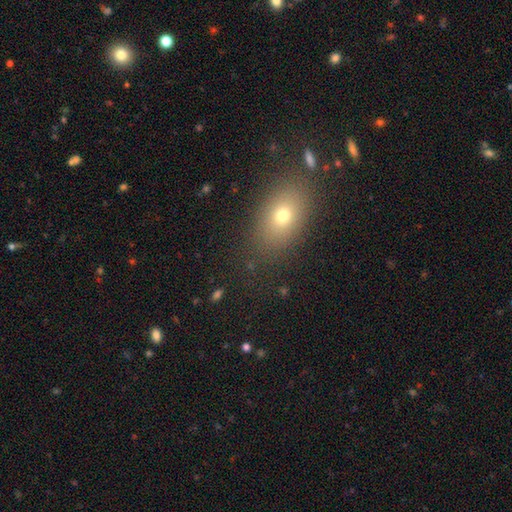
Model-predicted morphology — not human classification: smooth_or_featured: smooth (p=0.68) [alt: star or artifact p=0.20]
how_rounded: in between (p=0.75) [alt: round p=0.22]
merging: none (p=0.84) [alt: minor disturbance p=0.10]